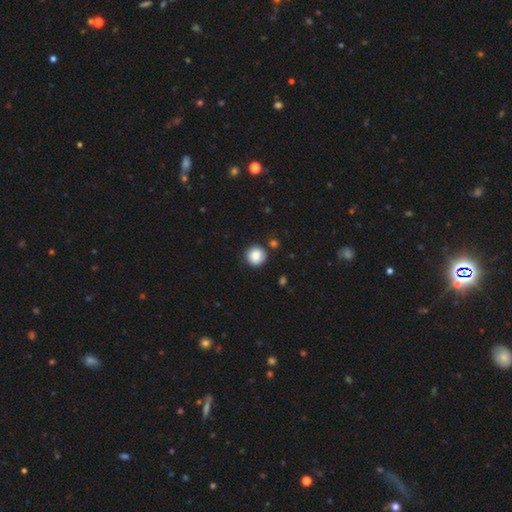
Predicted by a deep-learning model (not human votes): Smooth or featured? smooth (86%)
How rounded? round (93%)
Merging? none (85%)